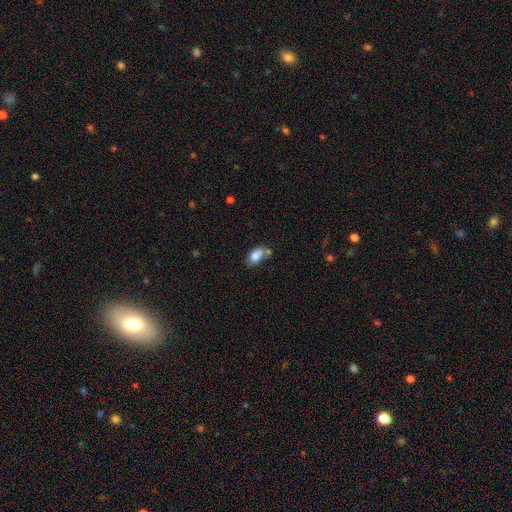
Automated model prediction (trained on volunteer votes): Overall: smooth (78%). How rounded: in between (88%). Merging: none (47%; minor disturbance 24%).